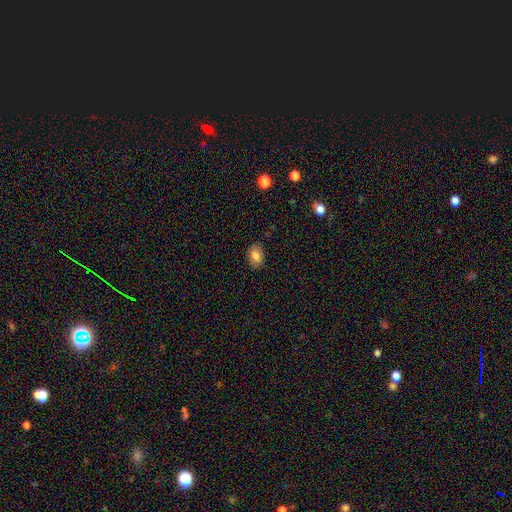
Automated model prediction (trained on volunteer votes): A smooth galaxy with no disk features (81%) that is in between round and cigar-shaped (84%). Merging: none (82%).